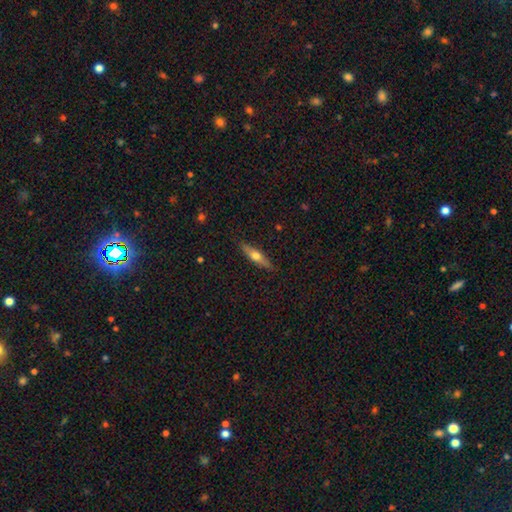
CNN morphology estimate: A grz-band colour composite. It shows a smooth galaxy with no disk features (47%, tied with featured or disk). Merging: none (88%).